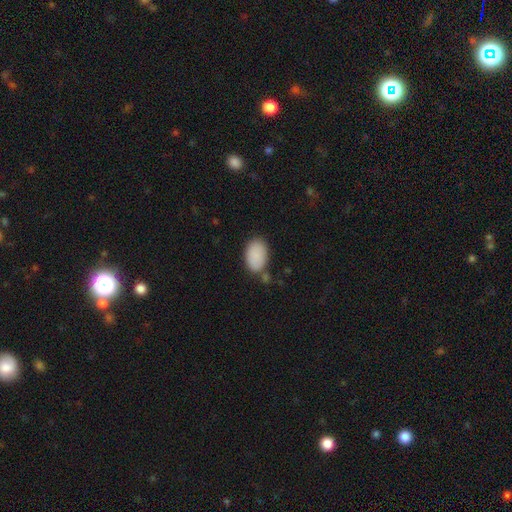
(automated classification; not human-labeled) Q: Smooth or featured?
A: smooth (89%); runner-up: star or artifact (6%)
Q: How rounded?
A: in between (93%); runner-up: round (6%)
Q: Merging?
A: none (71%); runner-up: minor disturbance (16%)